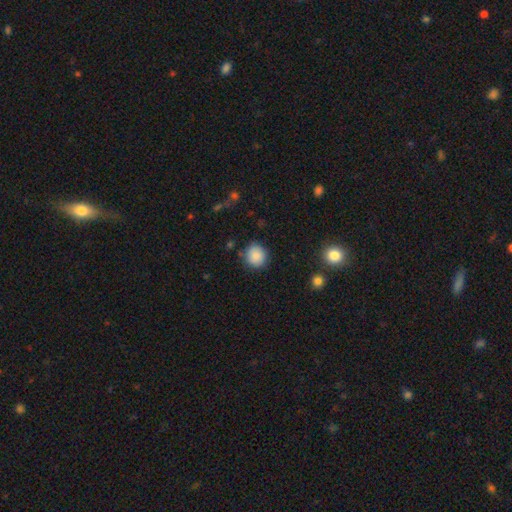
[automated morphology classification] Smooth or featured? Predicted: smooth (p=0.87). How rounded? Predicted: round (p=0.90). Merging? Predicted: none (p=0.84).